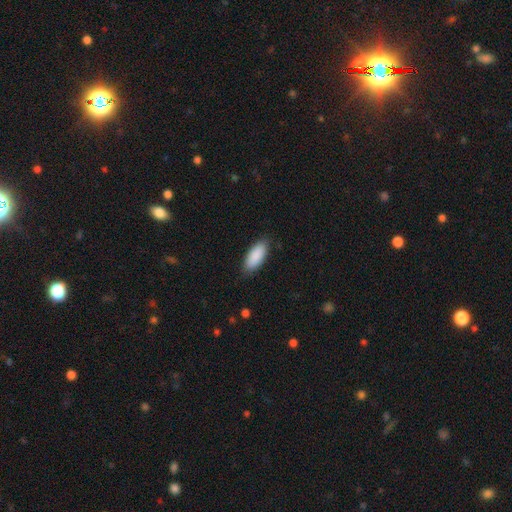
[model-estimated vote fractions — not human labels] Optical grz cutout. It shows a smooth galaxy with no disk features (89%) that is in between round and cigar-shaped (84%). Merging: none (84%).